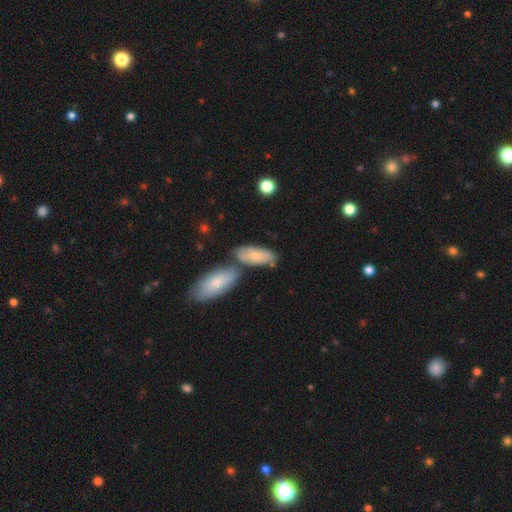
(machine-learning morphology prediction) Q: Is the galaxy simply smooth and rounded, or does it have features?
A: smooth — 70%.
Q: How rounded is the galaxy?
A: in between — 79%.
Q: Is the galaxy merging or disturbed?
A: none — 52%.